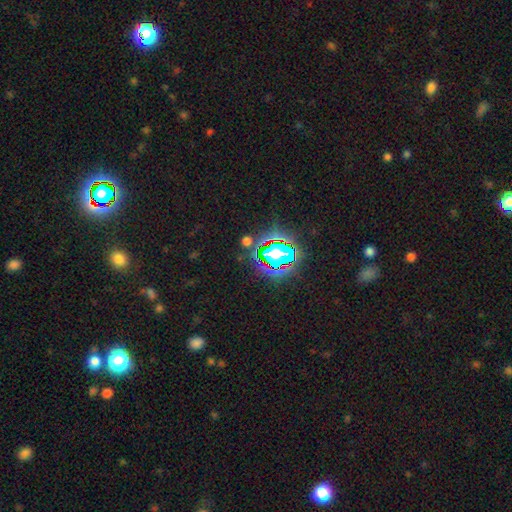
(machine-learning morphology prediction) Overall: star or artifact (71%).